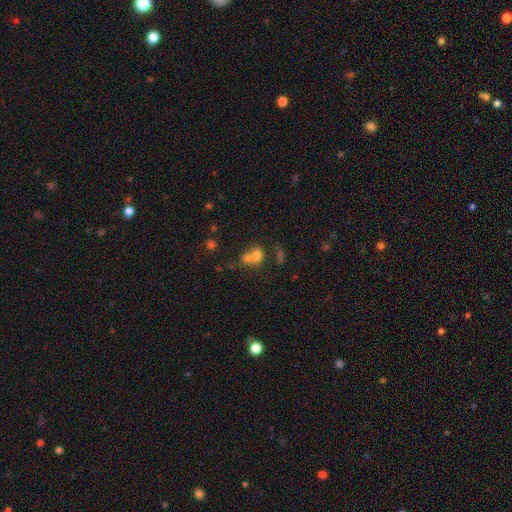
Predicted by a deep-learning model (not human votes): smooth_or_featured: smooth (p=0.66) [alt: featured or disk p=0.18]
how_rounded: round (p=0.64) [alt: in between p=0.35]
merging: merger (p=0.64) [alt: none p=0.26]